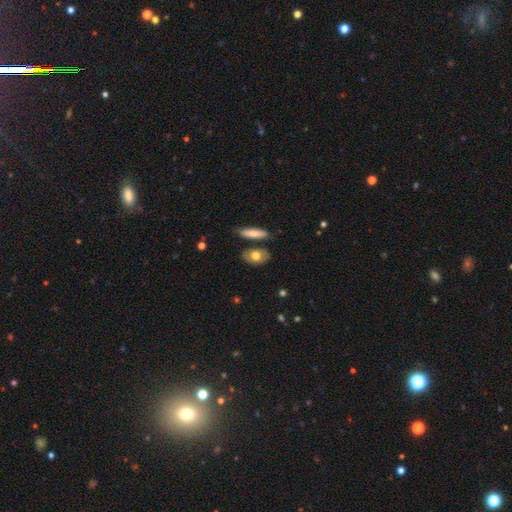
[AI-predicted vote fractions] smooth 66%, featured or disk 27%, star or artifact 6%. Down the decision tree: how rounded — in between (82%); merging — none (71%).